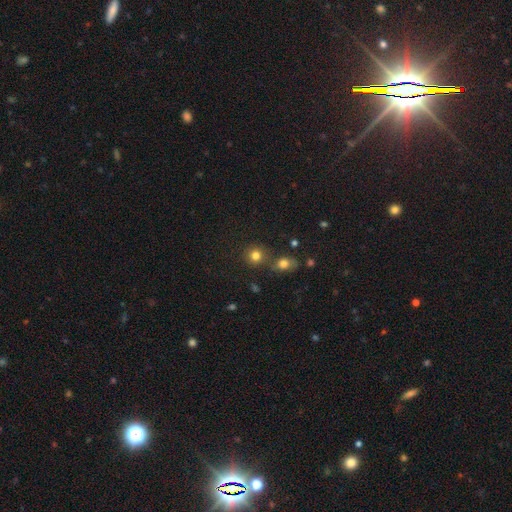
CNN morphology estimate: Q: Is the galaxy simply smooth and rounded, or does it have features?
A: smooth — 79%.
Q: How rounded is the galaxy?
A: round — 88%.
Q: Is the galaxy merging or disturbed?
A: none — 69%.